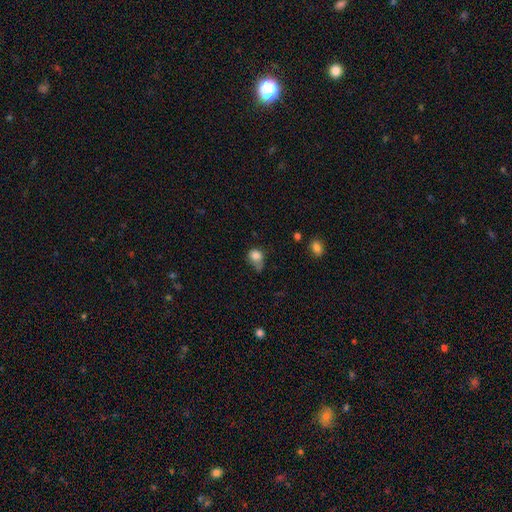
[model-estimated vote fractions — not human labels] This is clearly a smooth galaxy (80%). How rounded: possibly round (58%). Merging: marginally minor disturbance (38%).